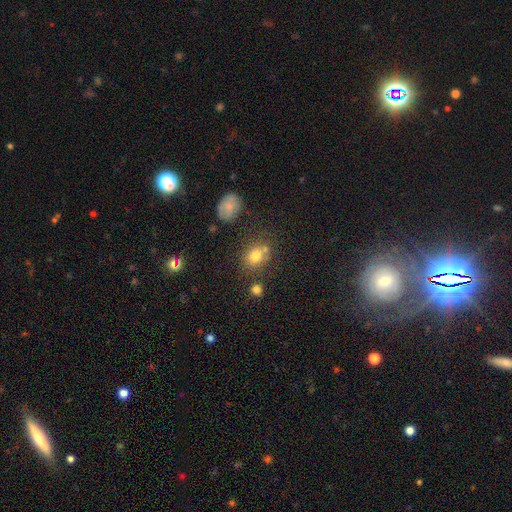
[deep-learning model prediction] Smooth or featured? smooth (76%)
How rounded? in between (51%)
Merging? none (62%)